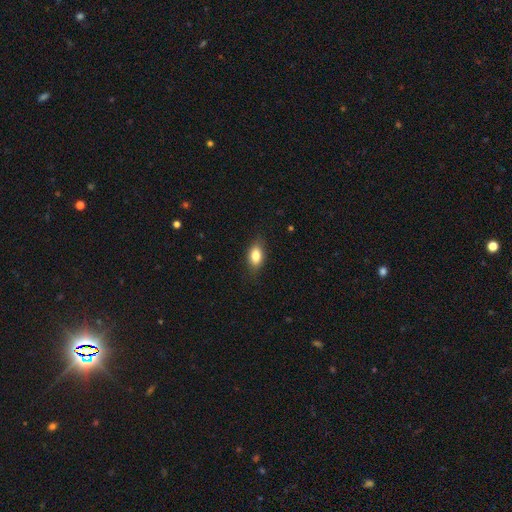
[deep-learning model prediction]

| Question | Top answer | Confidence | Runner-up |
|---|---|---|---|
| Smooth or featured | smooth | 82% | featured or disk (10%) |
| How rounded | in between | 86% | round (9%) |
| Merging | none | 83% | minor disturbance (13%) |